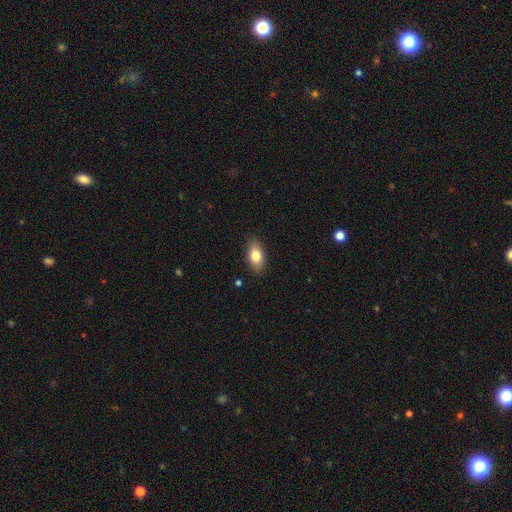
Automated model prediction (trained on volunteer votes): smooth_or_featured: smooth (p=0.81) [alt: featured or disk p=0.12]
how_rounded: in between (p=0.90) [alt: round p=0.06]
merging: none (p=0.86) [alt: minor disturbance p=0.10]